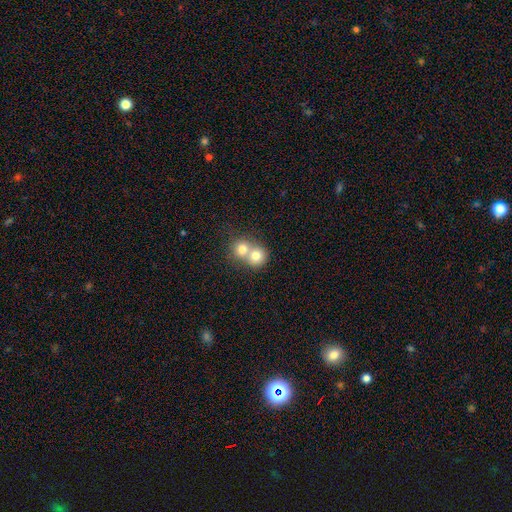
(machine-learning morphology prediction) smooth 74%, featured or disk 16%, star or artifact 10%. Down the decision tree: how rounded — round (82%); merging — merger (66%).